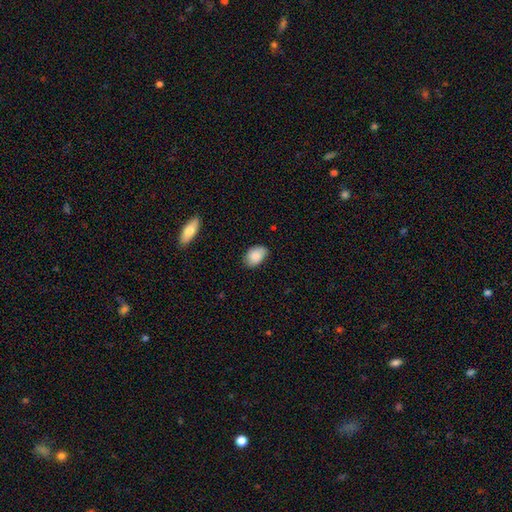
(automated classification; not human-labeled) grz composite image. It shows a smooth galaxy with no disk features (87%) that is in between round and cigar-shaped (86%). Merging: none (73%).